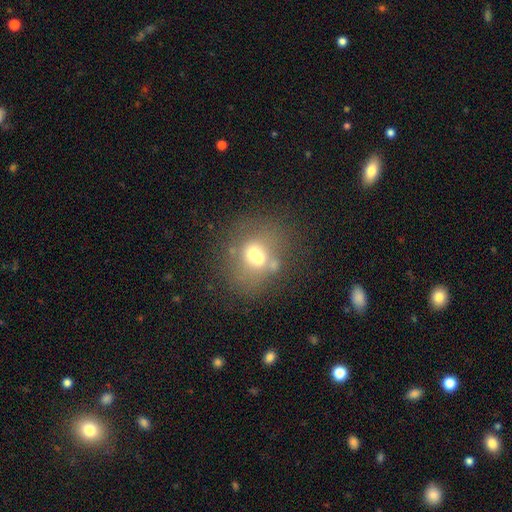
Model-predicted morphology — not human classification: smooth_or_featured: smooth (p=0.55) [alt: featured or disk p=0.31]
how_rounded: round (p=0.65) [alt: in between p=0.34]
merging: merger (p=0.48) [alt: none p=0.35]